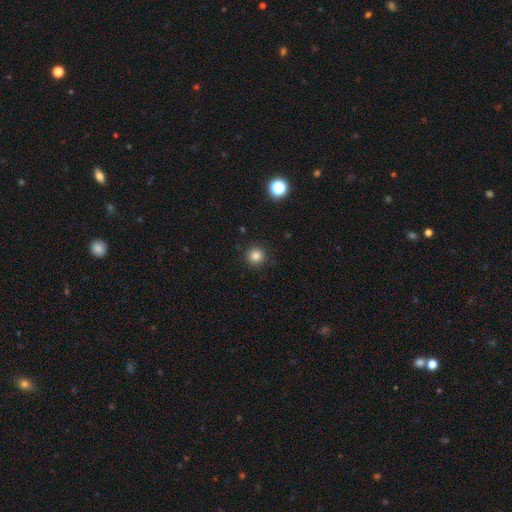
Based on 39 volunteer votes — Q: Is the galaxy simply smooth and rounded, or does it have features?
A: smooth — 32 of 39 (82%).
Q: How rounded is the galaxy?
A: round — 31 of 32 (97%).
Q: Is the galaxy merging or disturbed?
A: none — 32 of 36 (89%).